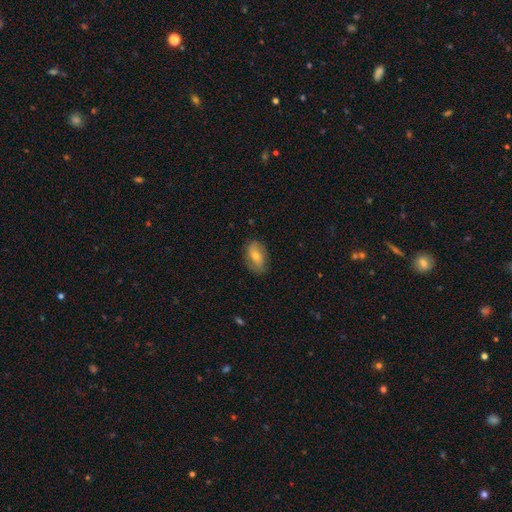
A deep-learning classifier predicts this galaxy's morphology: Smooth or featured: smooth — 50% (featured or disk — 40%)
How rounded: in between — 87% (round — 9%)
Merging: none — 82% (minor disturbance — 14%)